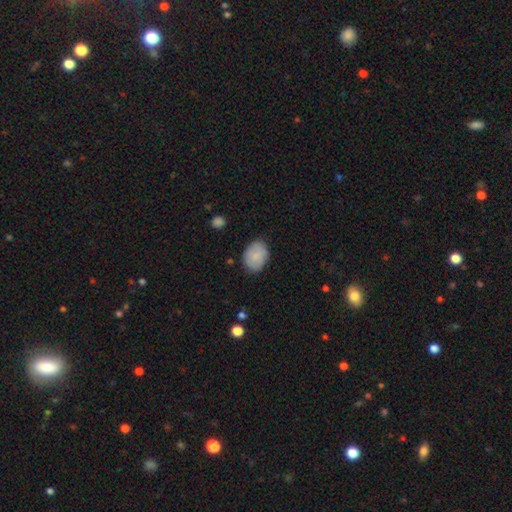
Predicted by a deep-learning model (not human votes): Overall: smooth (85%). How rounded: in between (72%). Merging: none (82%).